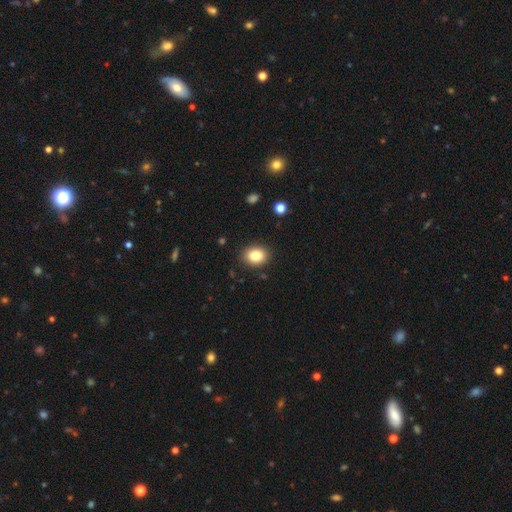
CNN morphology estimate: Smooth or featured? Predicted: smooth (p=0.83). How rounded? Predicted: round (p=0.50). Merging? Predicted: none (p=0.89).